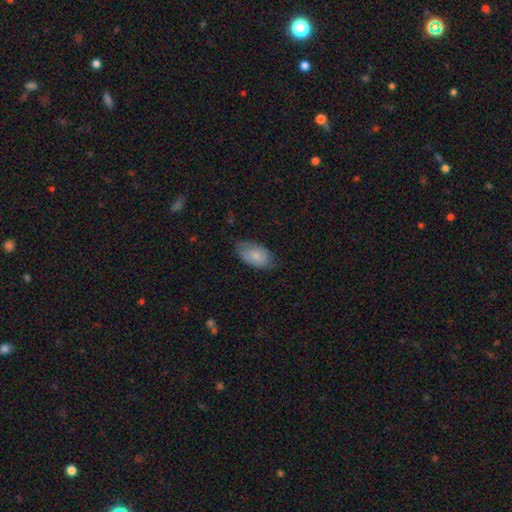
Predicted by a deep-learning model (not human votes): This is likely a smooth galaxy (77%). How rounded: clearly in between (94%). Merging: likely none (67%).